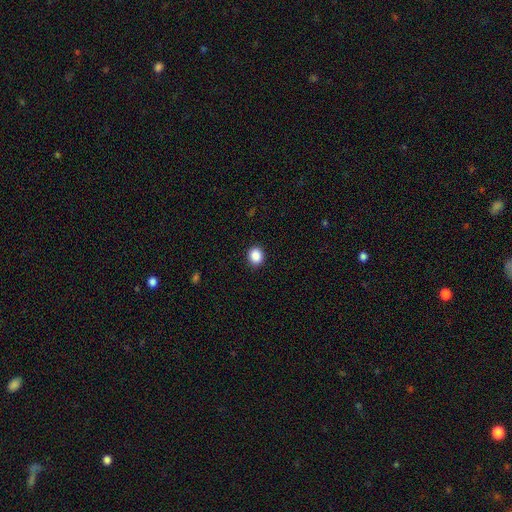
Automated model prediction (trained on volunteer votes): Smooth or featured? smooth (88%)
How rounded? round (69%)
Merging? none (91%)